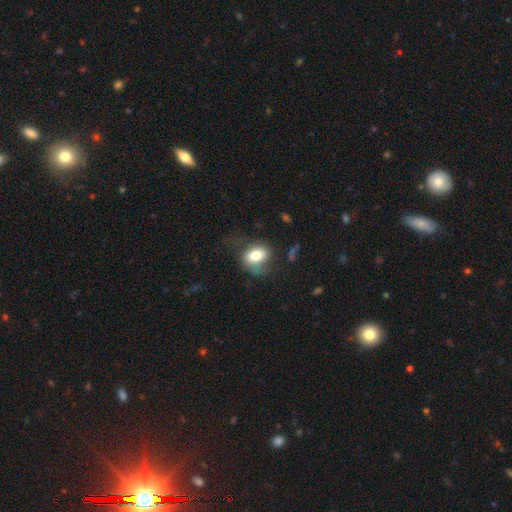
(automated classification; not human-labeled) Q: Smooth or featured?
A: smooth (71%); runner-up: featured or disk (21%)
Q: How rounded?
A: in between (73%); runner-up: round (25%)
Q: Merging?
A: none (51%); runner-up: minor disturbance (26%)